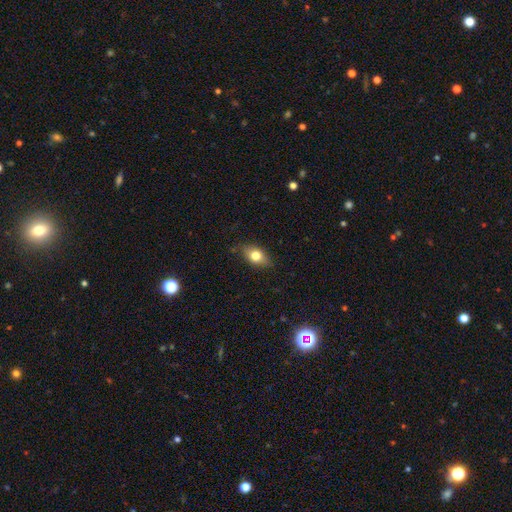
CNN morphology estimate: Q: Smooth or featured?
A: smooth (71%); runner-up: featured or disk (21%)
Q: How rounded?
A: in between (80%); runner-up: round (14%)
Q: Merging?
A: none (80%); runner-up: minor disturbance (16%)